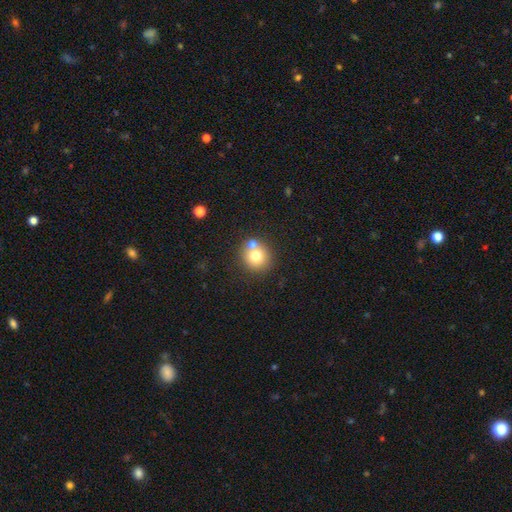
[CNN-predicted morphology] The model was most divided on "merging": none: 69%, merger: 20%, minor disturbance: 8%, major disturbance: 3%. More confident: how rounded — round (90%); smooth or featured — smooth (74%).